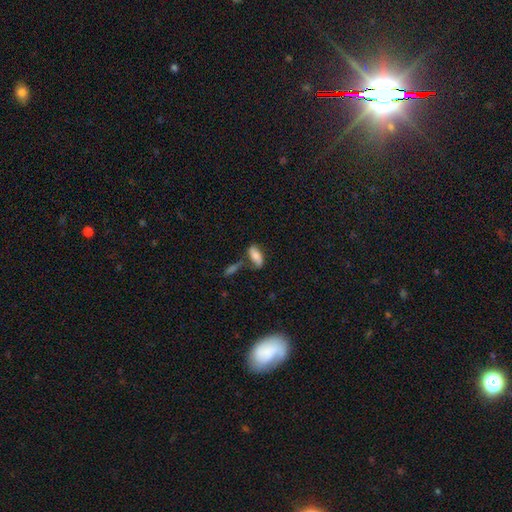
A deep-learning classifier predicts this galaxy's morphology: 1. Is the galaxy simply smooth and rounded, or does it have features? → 69% smooth, 22% featured or disk, 8% star or artifact.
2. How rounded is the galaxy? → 79% in between, 18% cigar-shaped, 3% round.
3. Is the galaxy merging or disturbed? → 48% none, 22% merger, 21% minor disturbance, 9% major disturbance.